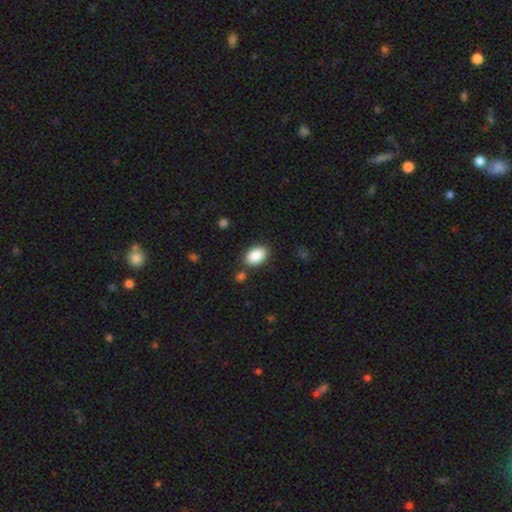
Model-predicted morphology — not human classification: A smooth galaxy with no disk features (88%) that is in between round and cigar-shaped (90%).

Vote fractions:
- Smooth or featured? smooth: 88% / star or artifact: 7% / featured or disk: 5%
- How rounded? in between: 90% / round: 9% / cigar-shaped: 1%
- Merging? none: 82% / minor disturbance: 10% / merger: 4% / major disturbance: 3%